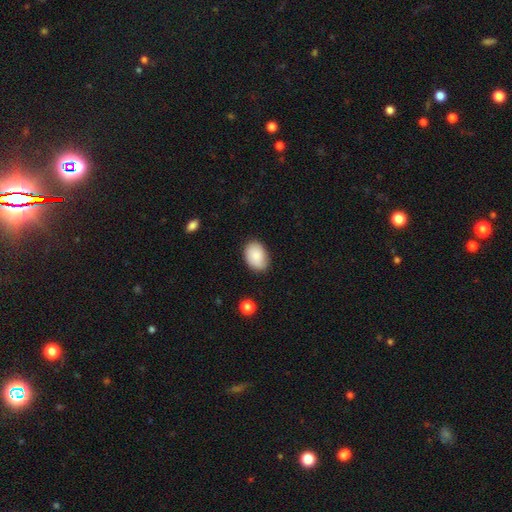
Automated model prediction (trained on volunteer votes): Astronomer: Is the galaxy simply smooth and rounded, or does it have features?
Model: smooth — 83%.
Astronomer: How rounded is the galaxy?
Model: in between — 81%.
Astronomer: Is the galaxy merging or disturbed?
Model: none — 77%.